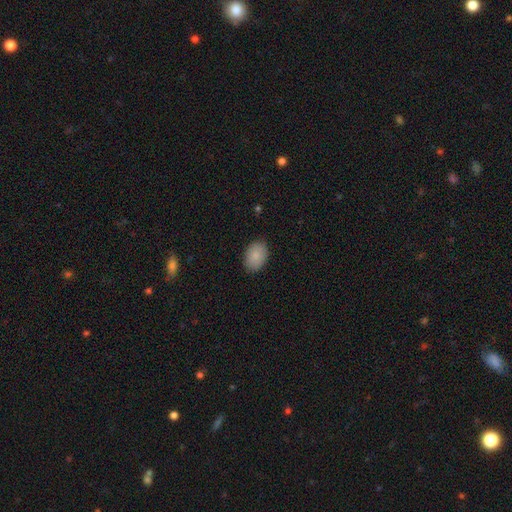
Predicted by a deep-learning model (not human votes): smooth-or-featured: smooth: 88% | star or artifact: 7% | featured or disk: 5%
  how-rounded: in between: 83% | round: 16% | cigar-shaped: 1%
  merging: none: 88% | minor disturbance: 9% | major disturbance: 2% | merger: 1%